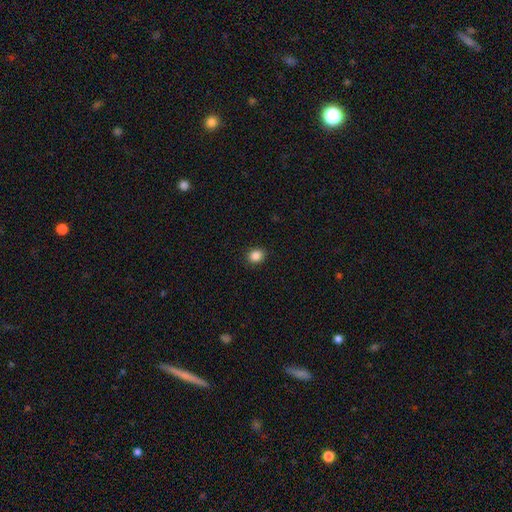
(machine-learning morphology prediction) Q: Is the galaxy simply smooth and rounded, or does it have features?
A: smooth — 86%.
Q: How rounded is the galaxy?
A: round — 68%.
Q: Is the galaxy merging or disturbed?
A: none — 91%.